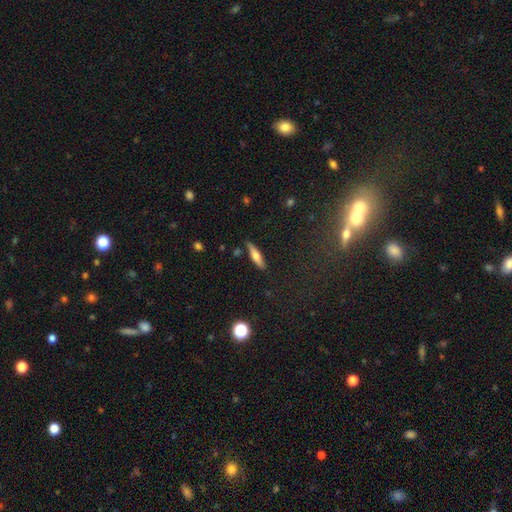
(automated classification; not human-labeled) Smooth or featured? smooth (54%)
How rounded? cigar-shaped (76%)
Merging? none (84%)